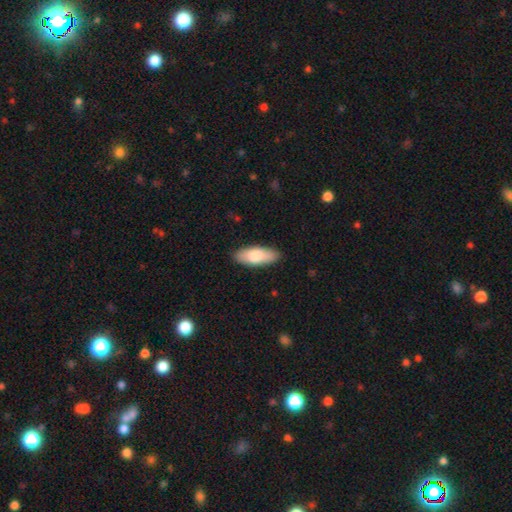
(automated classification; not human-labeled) Smooth or featured? smooth (81%)
How rounded? in between (78%)
Merging? none (87%)